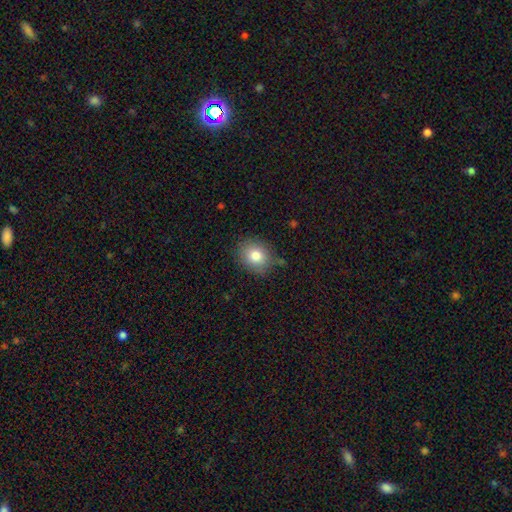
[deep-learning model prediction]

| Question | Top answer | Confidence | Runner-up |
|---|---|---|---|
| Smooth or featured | smooth | 80% | featured or disk (10%) |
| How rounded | round | 58% | in between (41%) |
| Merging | none | 81% | minor disturbance (14%) |